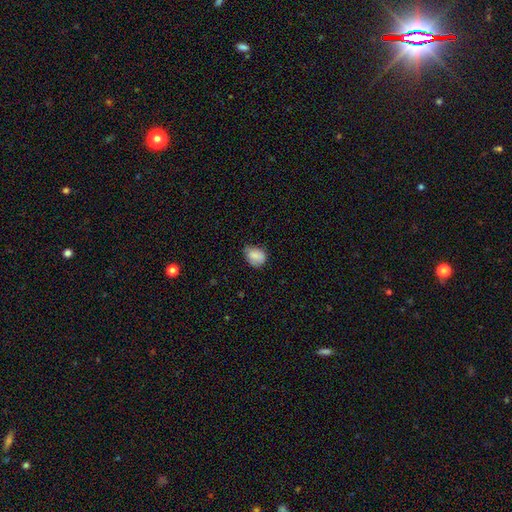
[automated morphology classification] Smooth or featured? smooth (84%)
How rounded? in between (56%)
Merging? none (55%)